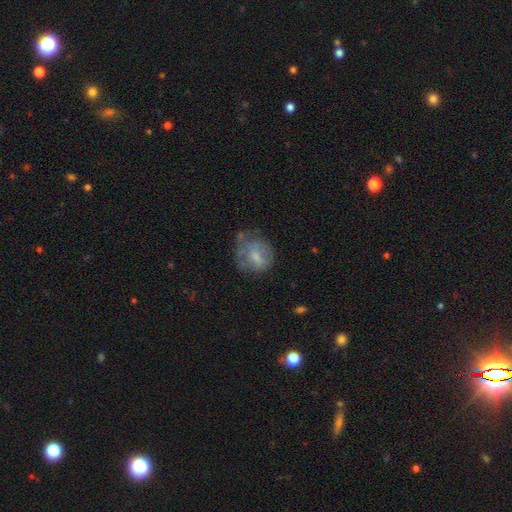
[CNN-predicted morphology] smooth_or_featured: smooth (p=0.54) [alt: featured or disk p=0.37]
how_rounded: round (p=0.59) [alt: in between p=0.40]
merging: none (p=0.42) [alt: minor disturbance p=0.30]